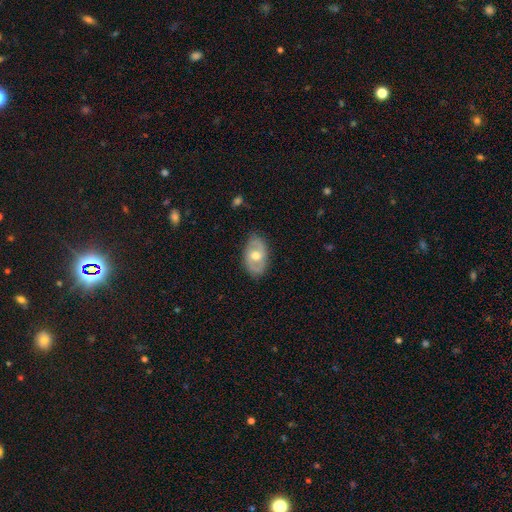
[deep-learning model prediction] Overall: featured or disk (55%; smooth 39%). Edge-on disk: no (92%). Bar: no (56%; weak 33%). Spiral arms: yes (50%, tied with no). Bulge size: moderate (77%). Merging: none (81%).